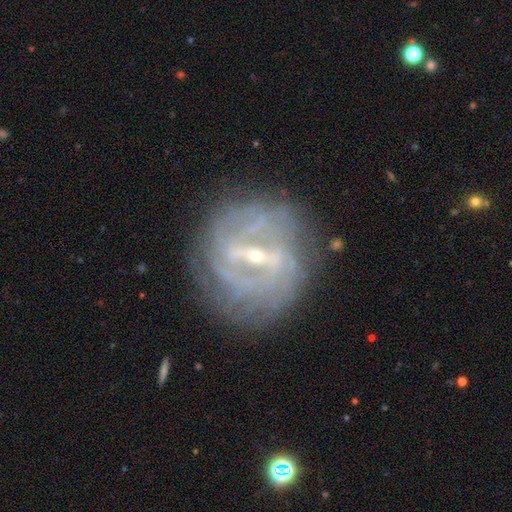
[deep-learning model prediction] Smooth or featured: featured or disk — 85% (smooth — 8%)
Edge-on disk: no — 93% (yes — 7%)
Bar: strong — 64% (weak — 29%)
Spiral arms: yes — 84% (no — 16%)
Spiral winding: tight — 67% (medium — 25%)
Spiral arm count: can't tell — 44% (2 — 20%)
Bulge size: small — 71% (moderate — 24%)
Merging: none — 79% (minor disturbance — 13%)